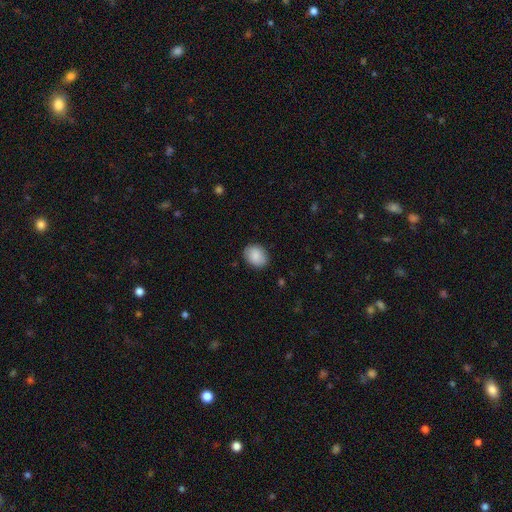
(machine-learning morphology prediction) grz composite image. It shows a smooth galaxy with no disk features (88%) that is in between round and cigar-shaped (60%). Merging: none (86%).